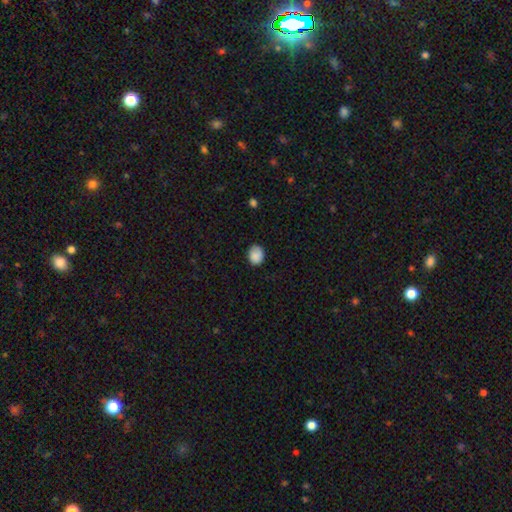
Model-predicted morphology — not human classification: The model was most divided on "how rounded": round: 52%, in between: 48%, cigar-shaped: 1%. More confident: smooth or featured — smooth (88%); merging — none (77%).